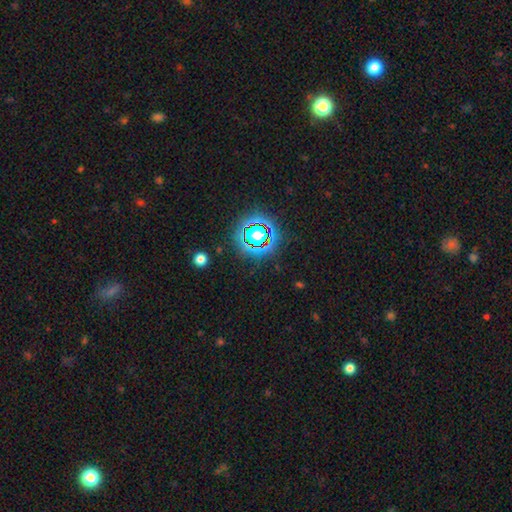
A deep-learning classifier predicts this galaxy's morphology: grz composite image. It shows a star or artifact, not a galaxy (77%).